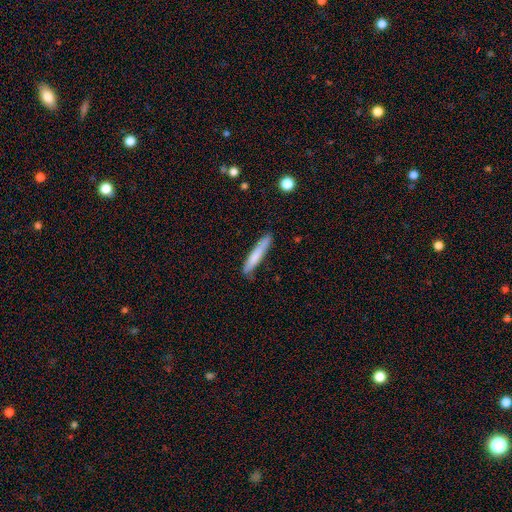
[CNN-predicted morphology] A smooth galaxy with no disk features (74%) that is cigar-shaped (93%).

Vote fractions:
- Smooth or featured? smooth: 74% / featured or disk: 20% / star or artifact: 6%
- How rounded? cigar-shaped: 93% / in between: 5% / round: 1%
- Merging? none: 80% / minor disturbance: 15% / major disturbance: 2% / merger: 2%